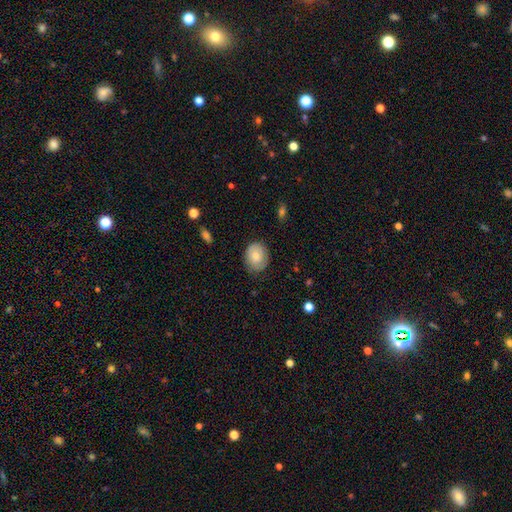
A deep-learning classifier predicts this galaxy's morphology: The model was most divided on "how rounded": round: 53%, in between: 46%, cigar-shaped: 1%. More confident: merging — none (77%); smooth or featured — smooth (75%).